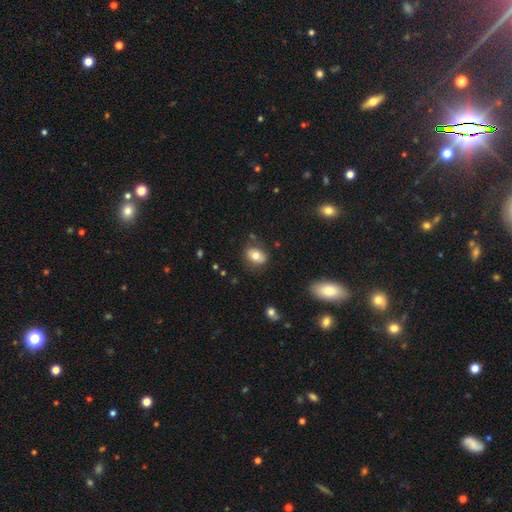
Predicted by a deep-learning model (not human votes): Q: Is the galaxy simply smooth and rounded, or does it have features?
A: smooth — 75%.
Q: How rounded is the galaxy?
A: in between — 70%.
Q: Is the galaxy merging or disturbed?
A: none — 77%.